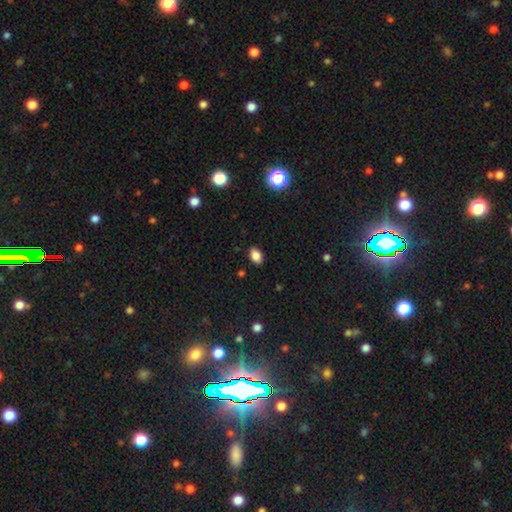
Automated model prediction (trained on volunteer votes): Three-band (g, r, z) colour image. It shows a smooth galaxy with no disk features (85%) that is in between round and cigar-shaped (77%). Merging: none (88%).